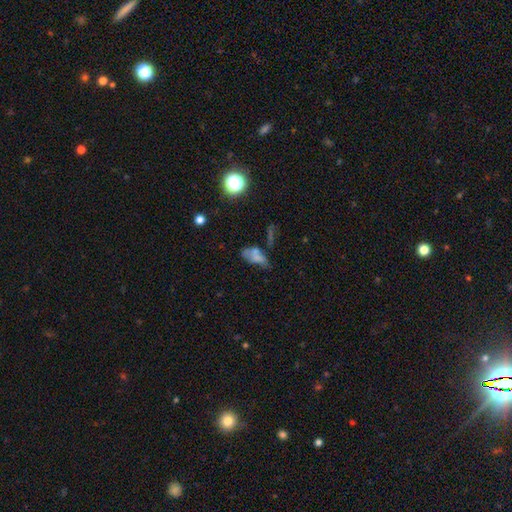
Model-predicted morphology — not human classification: Overall: smooth (55%; featured or disk 29%). How rounded: in between (81%). Merging: merger (35%; none 27%).